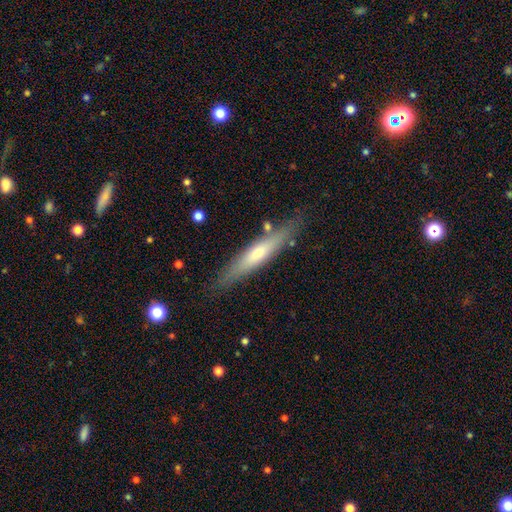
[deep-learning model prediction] Morphology: type=featured or disk (53%); edge-on=yes (88%); merging=none (84%).